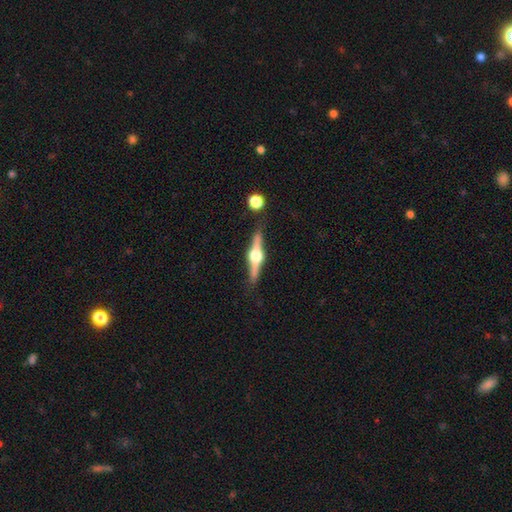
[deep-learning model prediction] Smooth or featured? Predicted: featured or disk (p=0.82). Edge-on disk? Predicted: yes (p=0.98). Edge-on bulge? Predicted: rounded (p=0.95). Merging? Predicted: none (p=0.85).